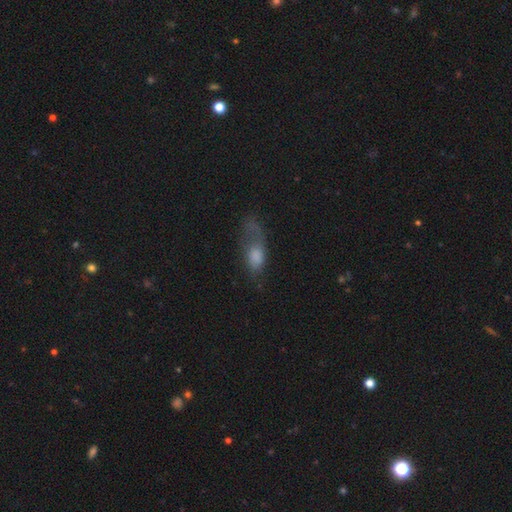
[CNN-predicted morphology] smooth 58%, featured or disk 32%, star or artifact 10%. Down the decision tree: how rounded — in between (80%); merging — major disturbance (40%).